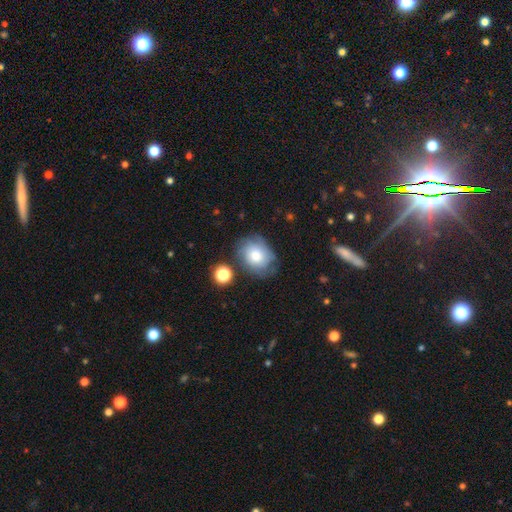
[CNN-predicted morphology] Smooth or featured? Predicted: smooth (p=0.56). How rounded? Predicted: in between (p=0.51). Merging? Predicted: none (p=0.63).